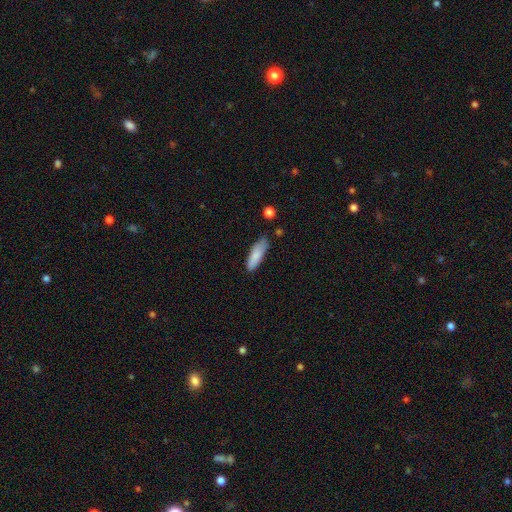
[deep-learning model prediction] Morphology: type=smooth (83%); roundness=in between (51%); merging=none (67%).